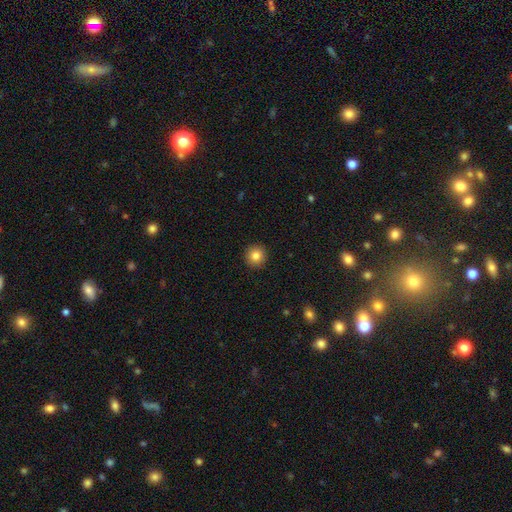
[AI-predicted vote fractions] The model was most divided on "smooth or featured": smooth: 83%, star or artifact: 10%, featured or disk: 7%. More confident: how rounded — round (95%); merging — none (93%).